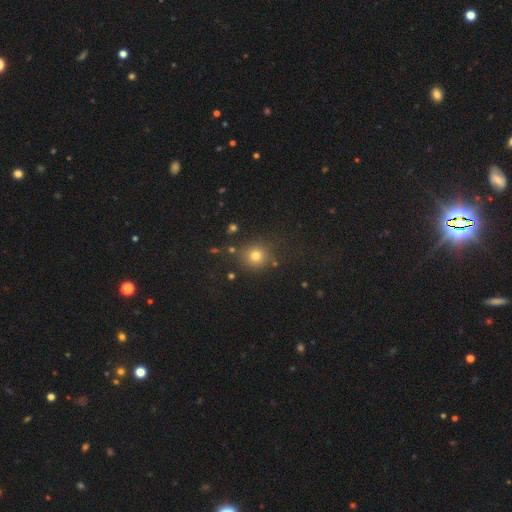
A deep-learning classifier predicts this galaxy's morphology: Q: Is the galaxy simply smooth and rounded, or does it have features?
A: smooth — 74%.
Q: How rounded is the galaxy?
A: round — 90%.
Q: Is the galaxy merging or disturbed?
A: none — 83%.